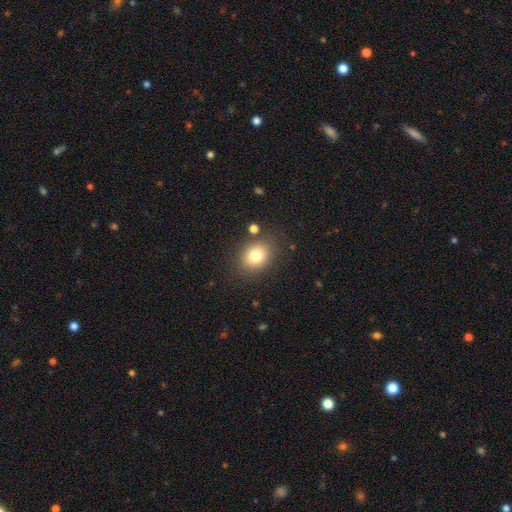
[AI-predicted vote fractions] A smooth galaxy with no disk features (78%) that is round (53%).

Vote fractions:
- Smooth or featured? smooth: 78% / star or artifact: 11% / featured or disk: 10%
- How rounded? round: 53% / in between: 46% / cigar-shaped: 1%
- Merging? none: 81% / minor disturbance: 11% / merger: 4% / major disturbance: 4%